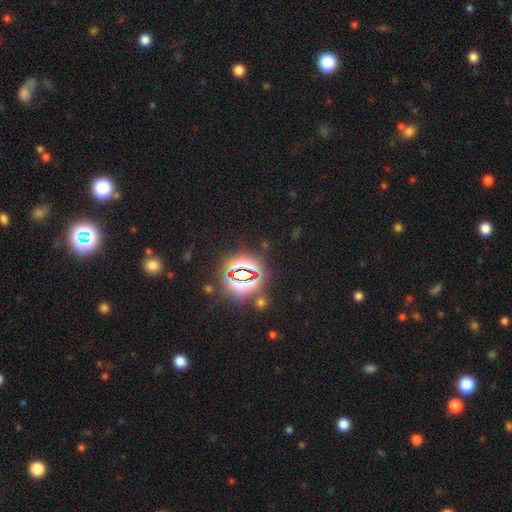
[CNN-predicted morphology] Smooth or featured? star or artifact (82%)